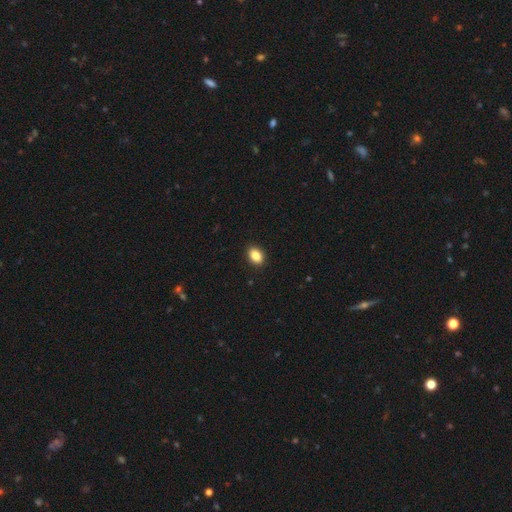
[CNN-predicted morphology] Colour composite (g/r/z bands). It shows a smooth galaxy with no disk features (86%) that is in between round and cigar-shaped (79%). Merging: none (91%).